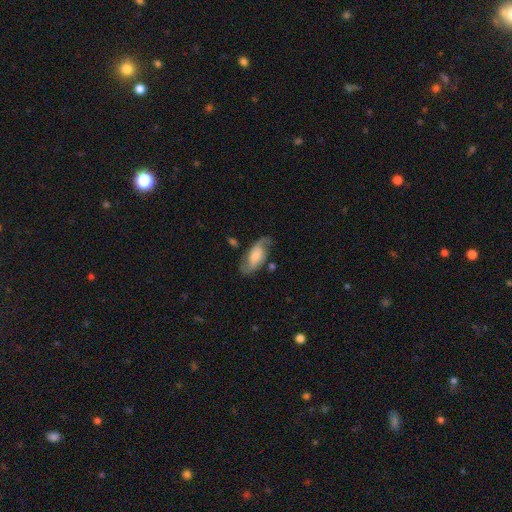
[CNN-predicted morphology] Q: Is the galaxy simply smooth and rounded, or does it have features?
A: featured or disk — 68%.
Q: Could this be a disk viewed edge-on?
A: no — 93%.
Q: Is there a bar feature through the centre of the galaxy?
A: no — 53%.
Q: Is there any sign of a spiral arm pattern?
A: yes — 92%.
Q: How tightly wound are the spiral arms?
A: loose — 43%.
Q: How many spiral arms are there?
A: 2 — 88%.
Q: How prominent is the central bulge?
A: large — 27%.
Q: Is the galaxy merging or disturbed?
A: none — 67%.